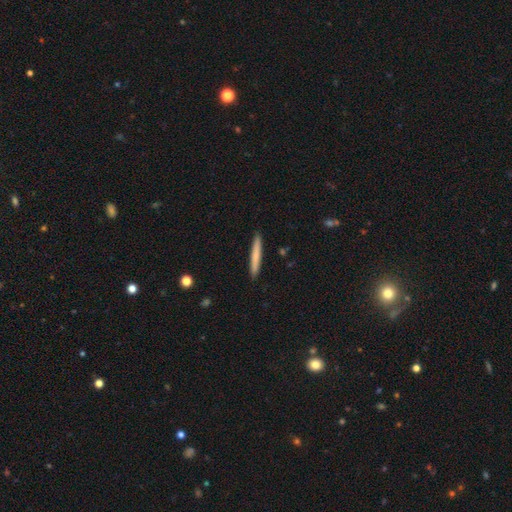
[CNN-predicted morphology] The model was most divided on "smooth or featured": smooth: 73%, featured or disk: 21%, star or artifact: 5%. More confident: how rounded — cigar-shaped (96%); merging — none (91%).